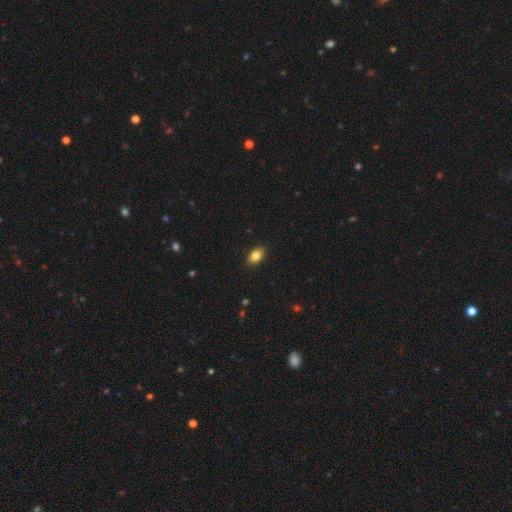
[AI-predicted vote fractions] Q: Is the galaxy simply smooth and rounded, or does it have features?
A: smooth — 83%.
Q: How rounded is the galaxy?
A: in between — 88%.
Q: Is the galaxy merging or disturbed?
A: none — 89%.